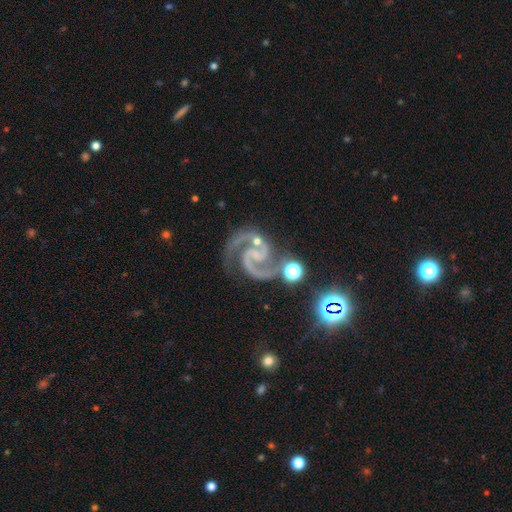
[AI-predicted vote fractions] A featured or disk galaxy (93%) with no bar (42%), 2 (94%) medium (65%) spiral arms (99%) and a small central bulge (52%).

Vote fractions:
- Smooth or featured? featured or disk: 93% / star or artifact: 5% / smooth: 2%
- Edge-on disk? no: 99% / yes: 1%
- Bar? no: 42% / weak: 40% / strong: 18%
- Spiral arms? yes: 99% / no: 1%
- Spiral winding? medium: 65% / tight: 24% / loose: 10%
- Spiral arm count? 2: 94% / 3: 2% / 1: 1% / can't tell: 1% / 4: 1% / more than 4: 1%
- Bulge size? small: 52% / none: 36% / moderate: 10% / large: 1% / dominant: 1%
- Merging? none: 69% / minor disturbance: 17% / major disturbance: 8% / merger: 6%